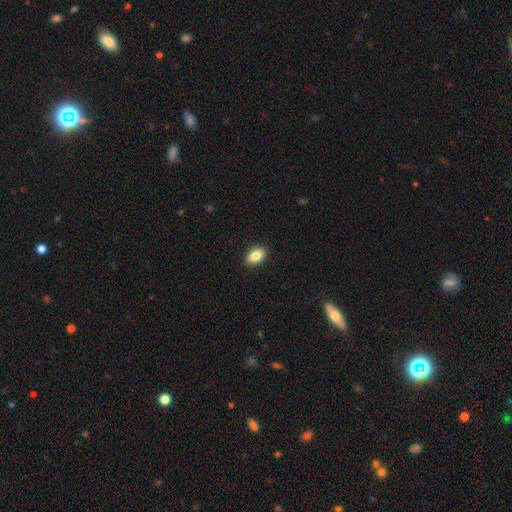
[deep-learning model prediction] smooth-or-featured: smooth: 85% | featured or disk: 8% | star or artifact: 7%
  how-rounded: in between: 90% | round: 8% | cigar-shaped: 2%
  merging: none: 90% | minor disturbance: 7% | major disturbance: 2% | merger: 1%